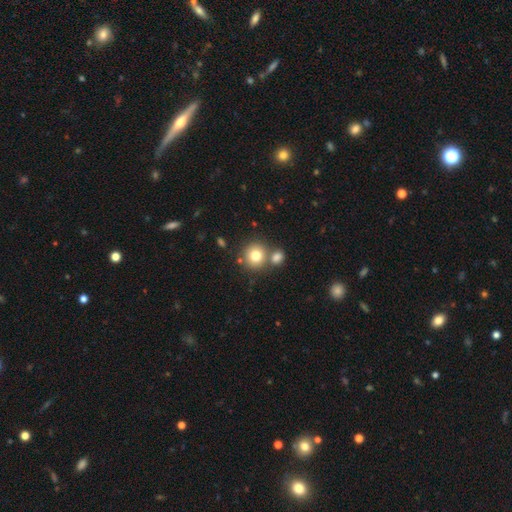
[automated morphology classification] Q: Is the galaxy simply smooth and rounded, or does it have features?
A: smooth — 78%.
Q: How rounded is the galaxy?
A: round — 89%.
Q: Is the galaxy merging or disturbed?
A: none — 63%.